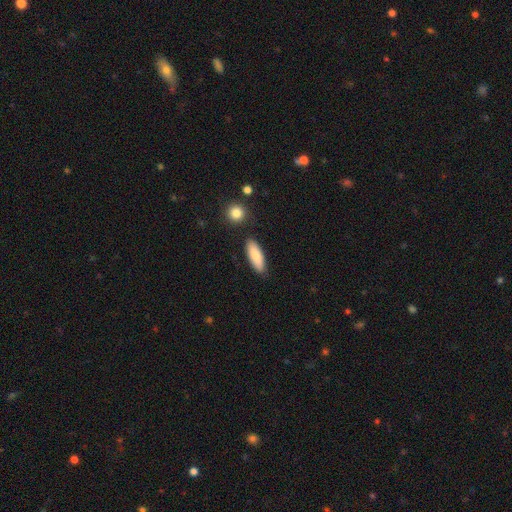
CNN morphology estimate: A smooth galaxy with no disk features (84%) that is in between round and cigar-shaped (64%).

Vote fractions:
- Smooth or featured? smooth: 84% / featured or disk: 11% / star or artifact: 6%
- How rounded? in between: 64% / cigar-shaped: 34% / round: 2%
- Merging? none: 84% / minor disturbance: 10% / merger: 3% / major disturbance: 2%